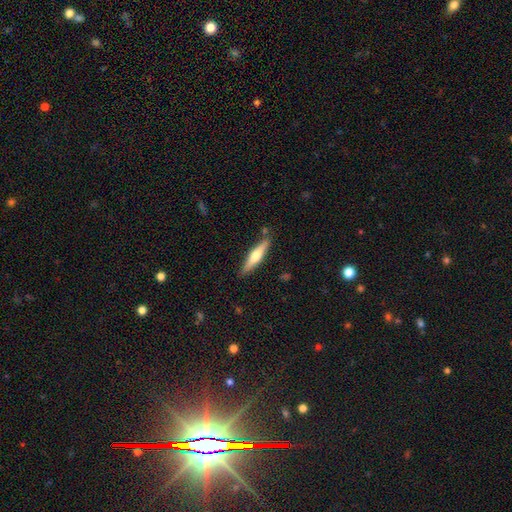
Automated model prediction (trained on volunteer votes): Morphology: type=featured or disk (52%); edge-on=yes (95%); merging=none (86%).